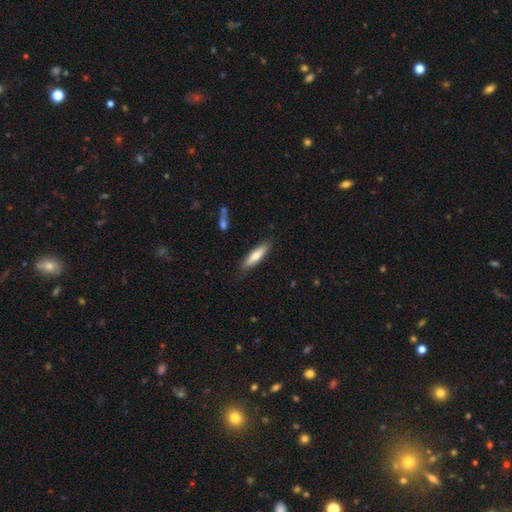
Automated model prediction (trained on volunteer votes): smooth 70%, featured or disk 24%, star or artifact 5%. Down the decision tree: how rounded — cigar-shaped (74%); merging — none (84%).